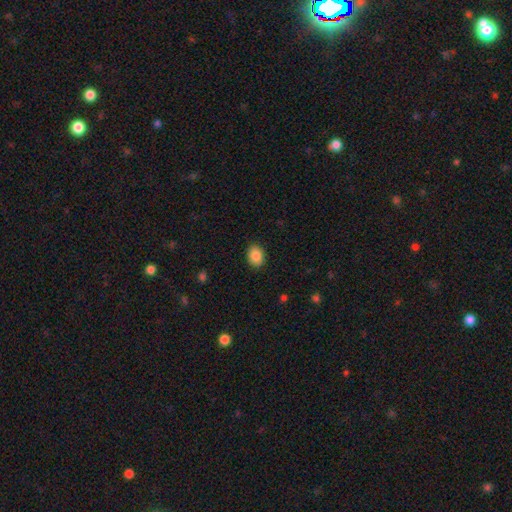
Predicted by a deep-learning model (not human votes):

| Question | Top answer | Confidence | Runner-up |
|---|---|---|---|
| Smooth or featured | smooth | 88% | star or artifact (8%) |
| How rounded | in between | 64% | round (35%) |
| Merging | none | 90% | minor disturbance (7%) |